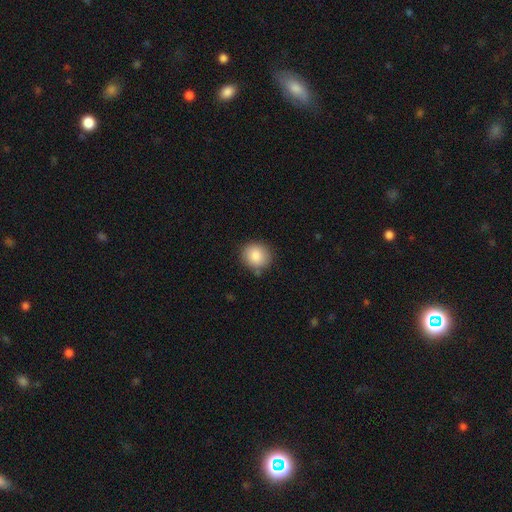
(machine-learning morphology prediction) smooth 86%, star or artifact 8%, featured or disk 6%. Down the decision tree: how rounded — round (85%); merging — none (83%).